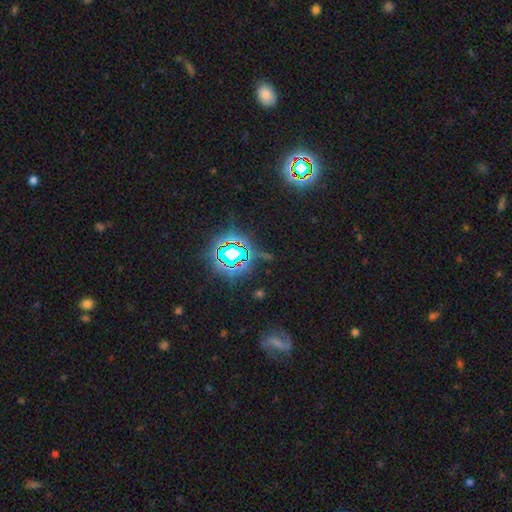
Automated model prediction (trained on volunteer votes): smooth-or-featured: star or artifact: 76% | smooth: 12% | featured or disk: 11%